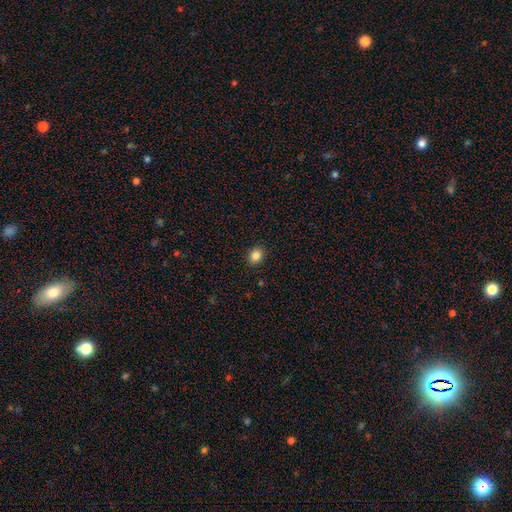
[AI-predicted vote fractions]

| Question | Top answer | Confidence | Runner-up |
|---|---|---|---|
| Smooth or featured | smooth | 84% | star or artifact (11%) |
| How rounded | round | 61% | in between (38%) |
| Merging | none | 91% | minor disturbance (7%) |